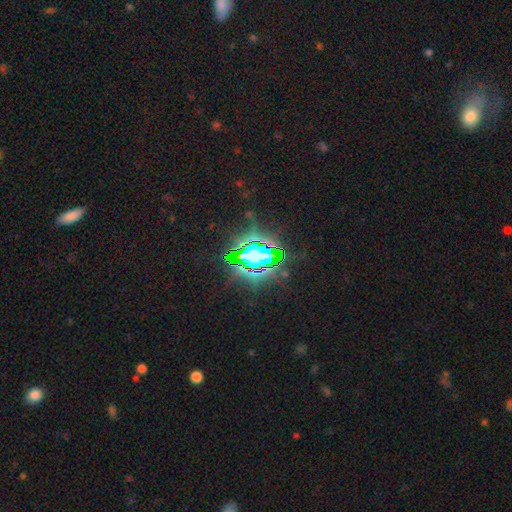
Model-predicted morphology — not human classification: Smooth or featured? star or artifact (72%)